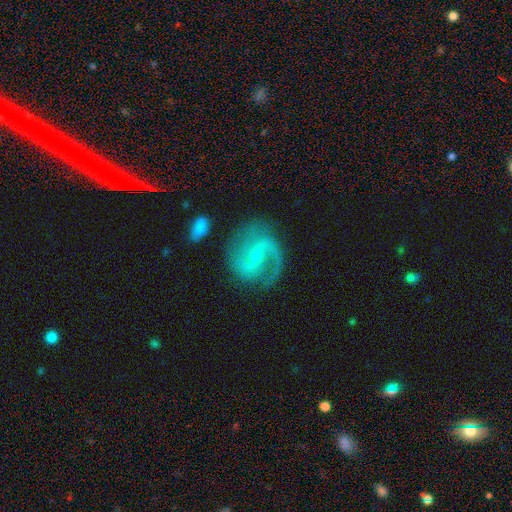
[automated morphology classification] Smooth or featured? featured or disk (89%)
Edge-on disk? no (98%)
Bar? weak (46%)
Spiral arms? yes (97%)
Spiral winding? medium (54%)
Spiral arm count? 2 (86%)
Bulge size? small (70%)
Merging? none (75%)